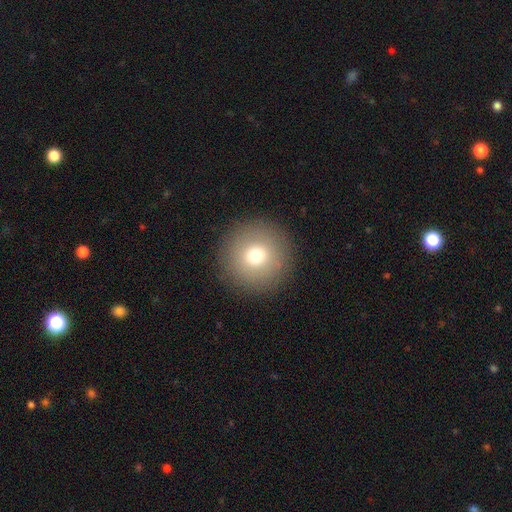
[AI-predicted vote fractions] smooth-or-featured: smooth: 73% | featured or disk: 14% | star or artifact: 13%
  how-rounded: round: 96% | in between: 3% | cigar-shaped: 1%
  merging: none: 91% | minor disturbance: 5% | major disturbance: 3% | merger: 1%